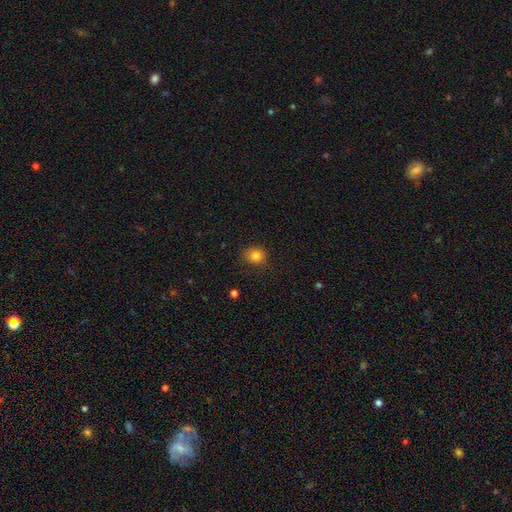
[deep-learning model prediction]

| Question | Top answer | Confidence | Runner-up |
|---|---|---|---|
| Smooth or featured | smooth | 82% | star or artifact (12%) |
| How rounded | round | 77% | in between (22%) |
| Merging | none | 81% | minor disturbance (14%) |